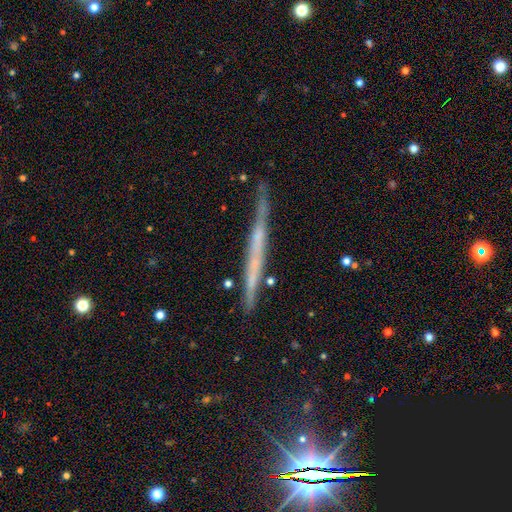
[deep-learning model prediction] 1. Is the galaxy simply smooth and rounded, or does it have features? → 60% featured or disk, 29% smooth, 12% star or artifact.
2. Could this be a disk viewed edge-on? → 96% yes, 4% no.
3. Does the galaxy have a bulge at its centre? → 84% none, 11% rounded, 5% boxy.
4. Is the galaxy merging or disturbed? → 83% none, 13% minor disturbance, 2% major disturbance, 2% merger.